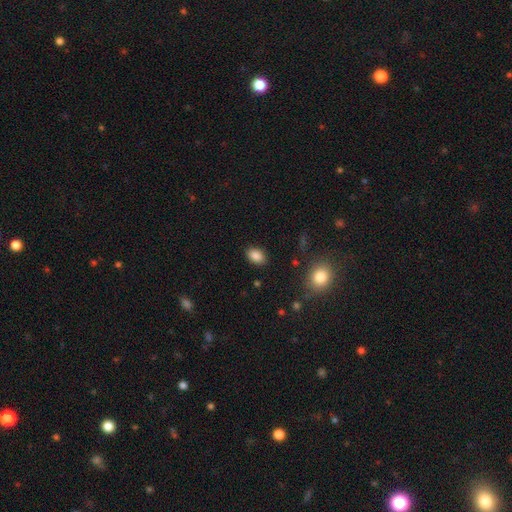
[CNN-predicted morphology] Overall: smooth (86%). How rounded: in between (85%). Merging: none (87%).